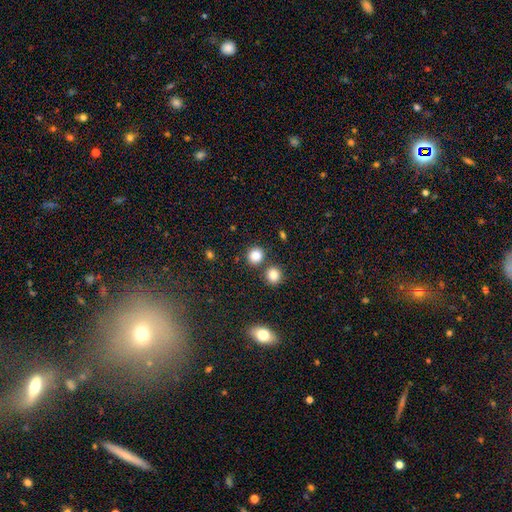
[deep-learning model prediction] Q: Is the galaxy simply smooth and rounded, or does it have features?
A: smooth — 84%.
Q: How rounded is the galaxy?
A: round — 84%.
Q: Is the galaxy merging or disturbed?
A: none — 76%.